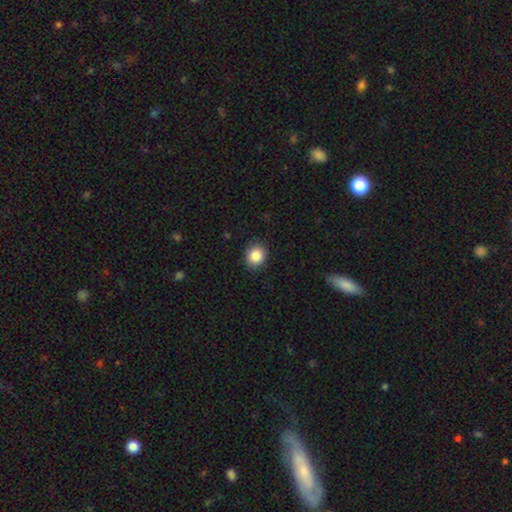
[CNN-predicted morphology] smooth 86%, star or artifact 9%, featured or disk 5%. Down the decision tree: how rounded — round (72%); merging — none (87%).